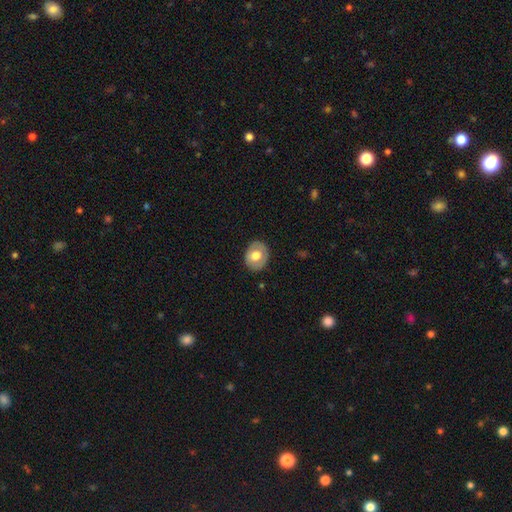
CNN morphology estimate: The model was most divided on "how rounded": in between: 50%, round: 49%, cigar-shaped: 1%. More confident: merging — none (84%); smooth or featured — smooth (61%).